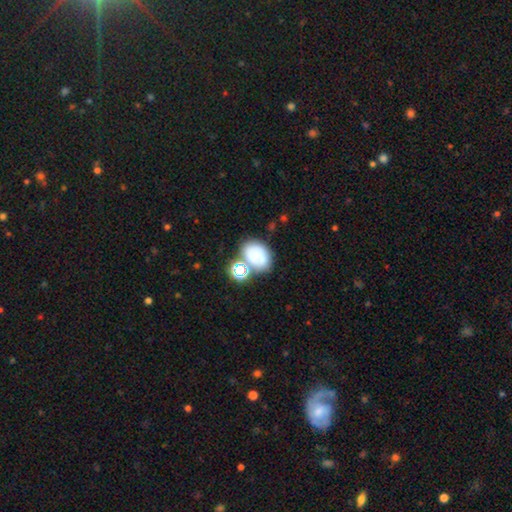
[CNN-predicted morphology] This is likely a smooth galaxy (69%). How rounded: likely in between (64%). Merging: possibly none (56%).